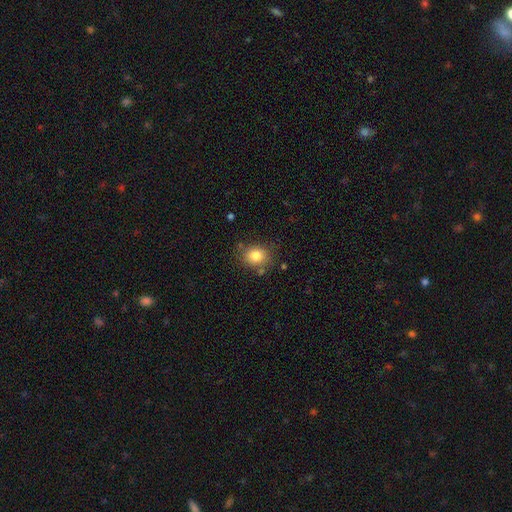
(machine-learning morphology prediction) Smooth or featured? Predicted: smooth (p=0.82). How rounded? Predicted: round (p=0.59). Merging? Predicted: none (p=0.76).